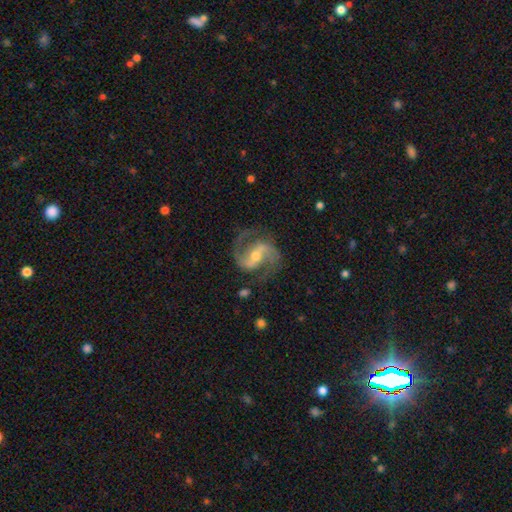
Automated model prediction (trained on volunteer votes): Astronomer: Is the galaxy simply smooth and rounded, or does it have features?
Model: featured or disk — 91%.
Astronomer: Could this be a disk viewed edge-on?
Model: no — 98%.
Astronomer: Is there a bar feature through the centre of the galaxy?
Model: weak — 40%, tied with strong at 40%.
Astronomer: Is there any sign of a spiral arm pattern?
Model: yes — 98%.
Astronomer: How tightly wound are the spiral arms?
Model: medium — 60%.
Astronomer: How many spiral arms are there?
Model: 2 — 93%.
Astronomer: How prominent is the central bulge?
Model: moderate — 51% (runner-up: small, 44%).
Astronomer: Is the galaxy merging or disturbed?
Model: none — 79%.